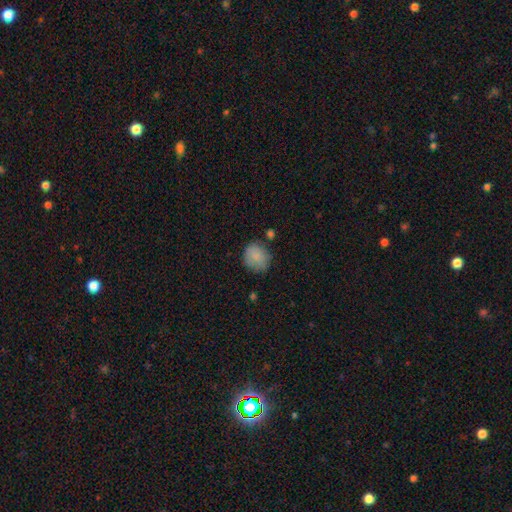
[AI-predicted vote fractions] The model was most divided on "merging": none: 67%, minor disturbance: 22%, major disturbance: 6%, merger: 4%. More confident: smooth or featured — smooth (84%); how rounded — round (75%).